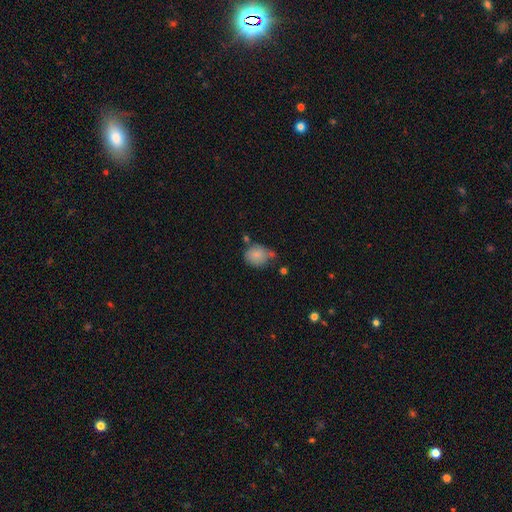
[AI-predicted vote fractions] The model was most divided on "how rounded": round: 56%, in between: 43%, cigar-shaped: 1%. More confident: smooth or featured — smooth (81%); merging — none (53%).